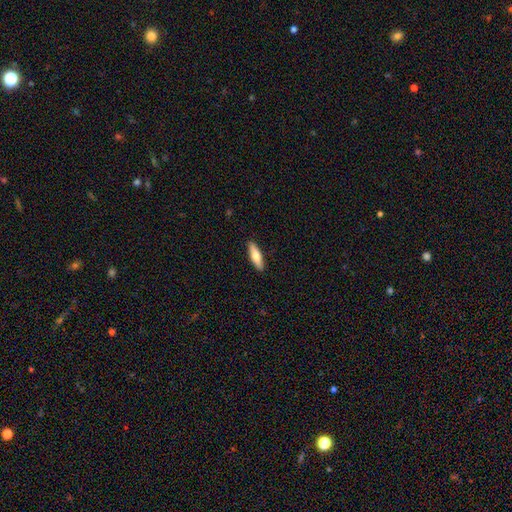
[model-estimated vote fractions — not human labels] A smooth galaxy with no disk features (71%) that is cigar-shaped (60%). Merging: none (90%).